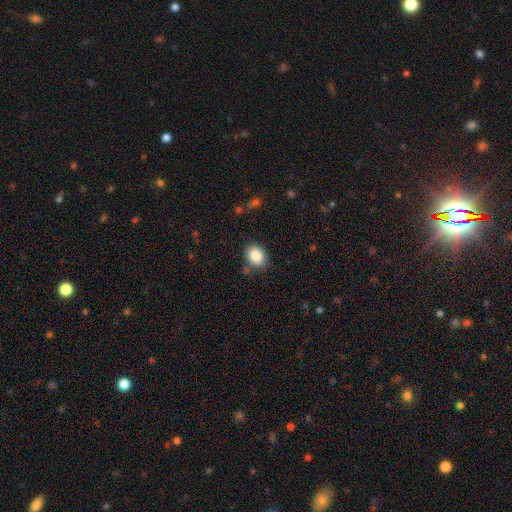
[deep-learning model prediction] Smooth or featured: smooth — 86% (star or artifact — 9%)
How rounded: in between — 57% (round — 42%)
Merging: none — 80% (minor disturbance — 13%)